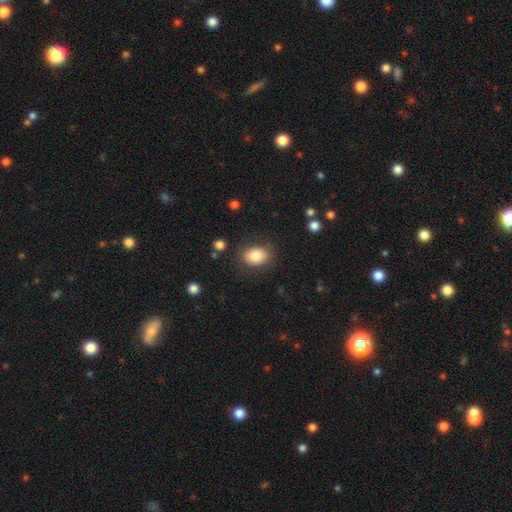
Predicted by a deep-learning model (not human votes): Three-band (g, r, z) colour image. It shows a smooth galaxy with no disk features (82%) that is in between round and cigar-shaped (71%). Merging: none (81%).